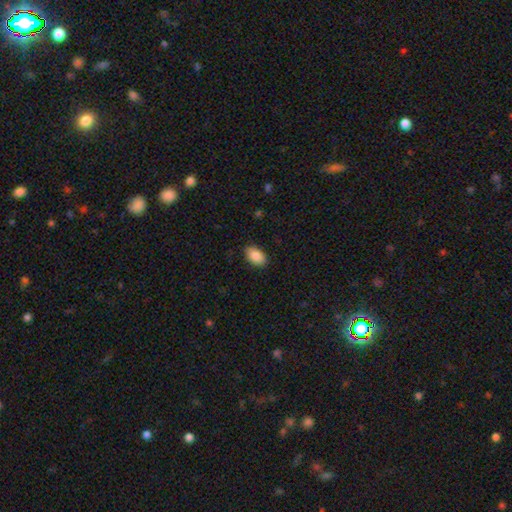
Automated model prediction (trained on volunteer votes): Overall: smooth (89%). How rounded: in between (91%). Merging: none (88%).